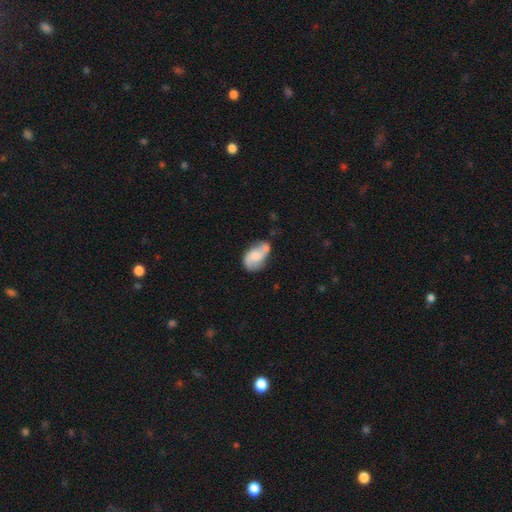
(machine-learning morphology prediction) smooth_or_featured: featured or disk (p=0.56) [alt: smooth p=0.37]
disk_edge_on: no (p=0.97) [alt: yes p=0.03]
bar: no (p=0.62) [alt: weak p=0.31]
has_spiral_arms: yes (p=0.85) [alt: no p=0.15]
bulge_size: none (p=0.32) [alt: small p=0.28]
merging: none (p=0.40) [alt: merger p=0.24]